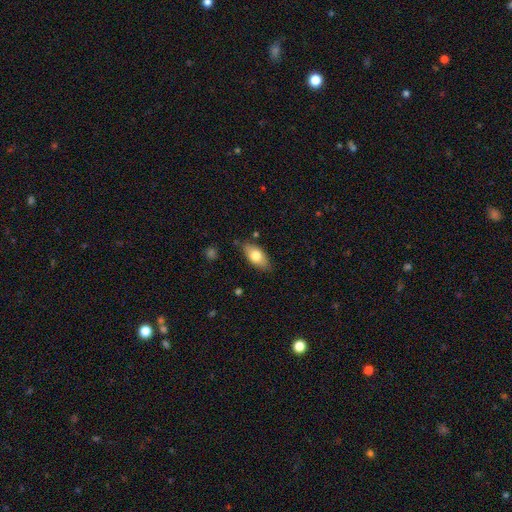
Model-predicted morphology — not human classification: The model was most divided on "smooth or featured": smooth: 72%, featured or disk: 21%, star or artifact: 6%. More confident: how rounded — in between (88%); merging — none (79%).